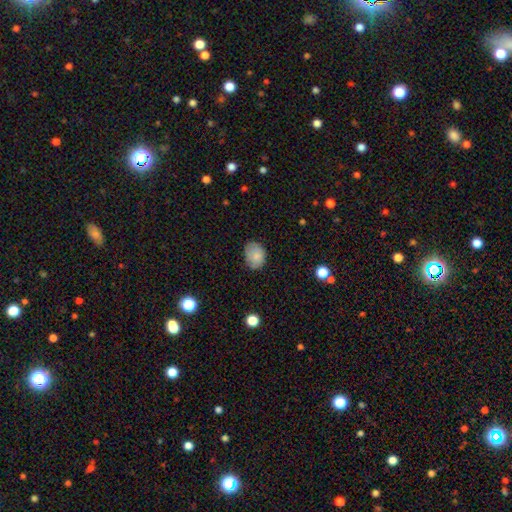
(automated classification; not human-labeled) Morphology: type=smooth (81%); roundness=in between (67%); merging=none (73%).